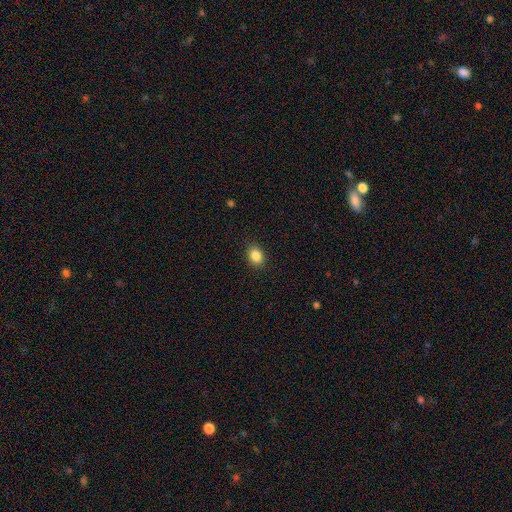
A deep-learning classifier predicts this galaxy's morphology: This is clearly a smooth galaxy (86%). How rounded: likely in between (64%). Merging: clearly none (89%).